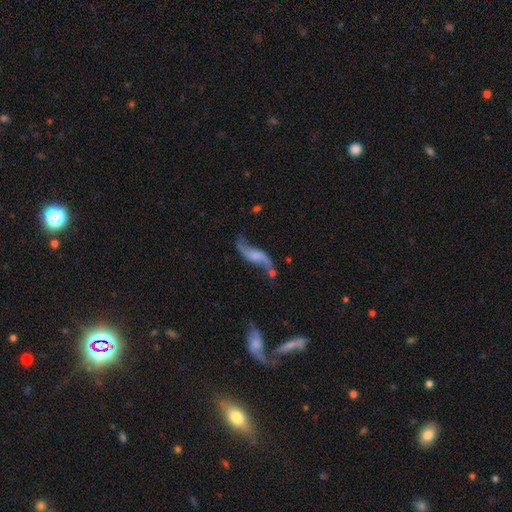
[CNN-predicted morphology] smooth-or-featured: featured or disk: 81% | smooth: 13% | star or artifact: 7%
  disk-edge-on: no: 90% | yes: 10%
    bar: no: 55% | weak: 34% | strong: 11%
    has-spiral-arms: yes: 93% | no: 7%
      spiral-winding: loose: 93% | medium: 5% | tight: 2%
      spiral-arm-count: 2: 92% | 1: 3% | can't tell: 2% | 3: 1% | 4: 1% | more than 4: 1%
    bulge-size: none: 48% | small: 25% | moderate: 17% | large: 7% | dominant: 2%
  merging: none: 57% | minor disturbance: 20% | major disturbance: 12% | merger: 12%